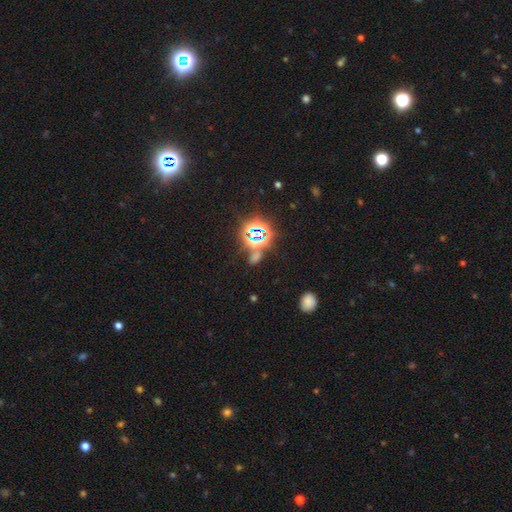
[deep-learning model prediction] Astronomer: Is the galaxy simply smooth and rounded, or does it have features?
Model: star or artifact — 70%.